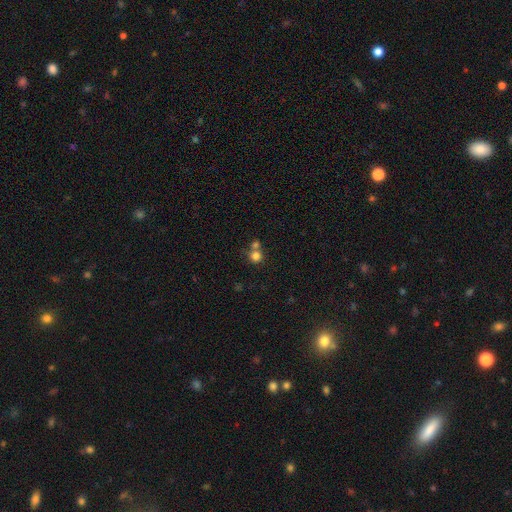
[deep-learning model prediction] smooth-or-featured: smooth: 79% | star or artifact: 13% | featured or disk: 8%
  how-rounded: round: 90% | in between: 9% | cigar-shaped: 1%
  merging: none: 51% | merger: 38% | minor disturbance: 7% | major disturbance: 3%